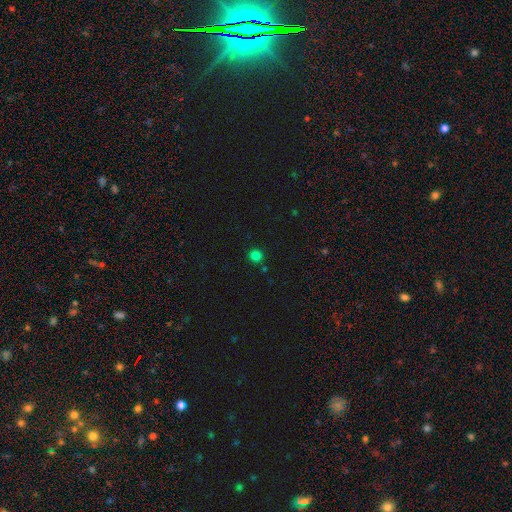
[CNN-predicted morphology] A smooth galaxy with no disk features (79%) that is round (93%). Merging: none (87%).